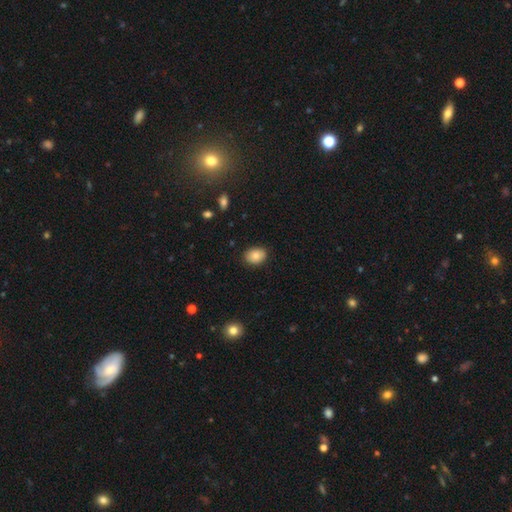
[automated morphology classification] smooth_or_featured: smooth (p=0.84) [alt: star or artifact p=0.08]
how_rounded: in between (p=0.65) [alt: round p=0.34]
merging: none (p=0.87) [alt: minor disturbance p=0.10]